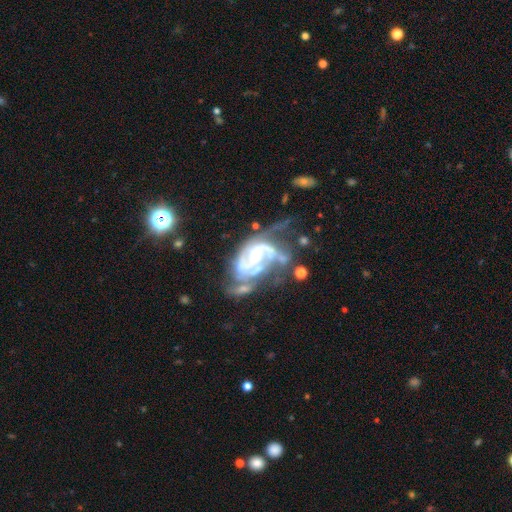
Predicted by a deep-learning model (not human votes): The model was most divided on "spiral winding": tight: 44%, medium: 40%, loose: 16%. Remaining: edge-on disk — no (97%); spiral arms — yes (91%); smooth or featured — featured or disk (88%); bulge size — moderate (64%); bar — no (62%); spiral arm count — 2 (49%); merging — major disturbance (37%).